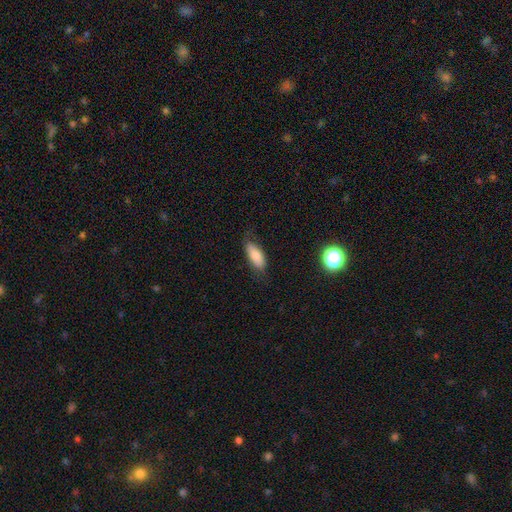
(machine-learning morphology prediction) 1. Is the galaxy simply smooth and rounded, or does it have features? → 80% smooth, 12% featured or disk, 8% star or artifact.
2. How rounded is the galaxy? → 82% in between, 16% cigar-shaped, 2% round.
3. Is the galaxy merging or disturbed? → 72% none, 21% minor disturbance, 5% major disturbance, 1% merger.